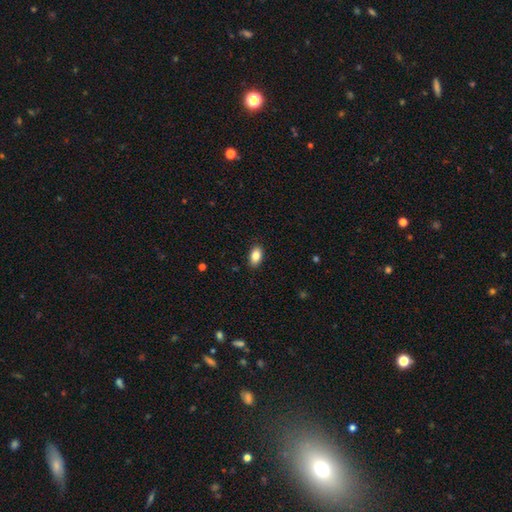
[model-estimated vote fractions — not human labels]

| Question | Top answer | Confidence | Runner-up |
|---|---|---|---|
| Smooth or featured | smooth | 85% | star or artifact (8%) |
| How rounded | in between | 92% | round (6%) |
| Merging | none | 88% | minor disturbance (9%) |